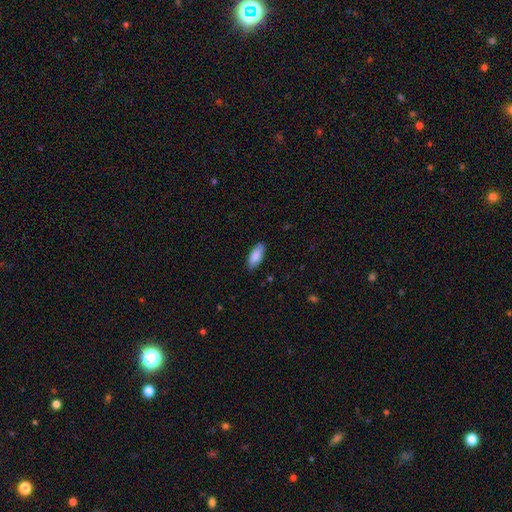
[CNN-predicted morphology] Smooth or featured? smooth (87%)
How rounded? in between (86%)
Merging? none (85%)